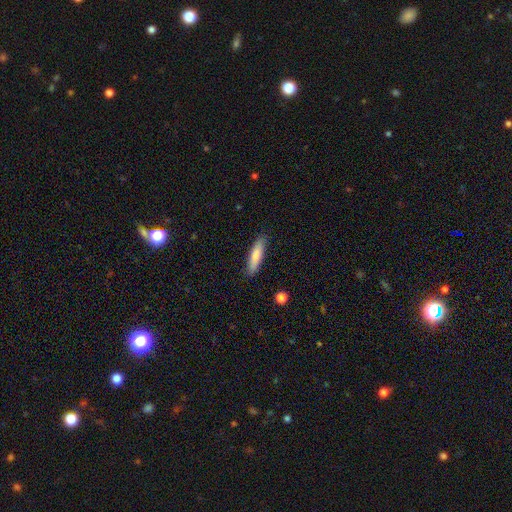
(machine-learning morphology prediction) A smooth galaxy with no disk features (77%) that is cigar-shaped (77%). Merging: none (88%).